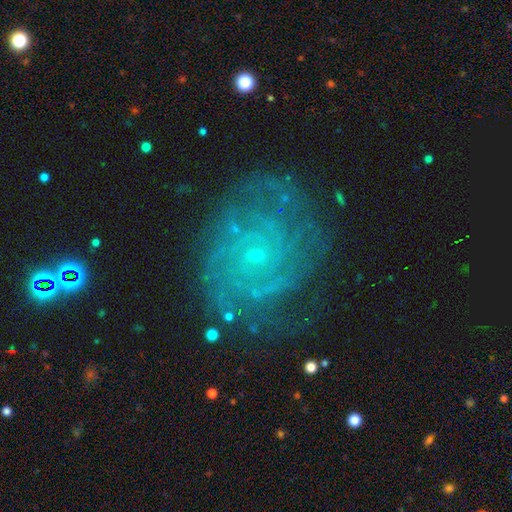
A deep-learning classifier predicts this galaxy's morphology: This appears to be a featured or disk galaxy (77%) with no bar (79%), tight (62%) spiral arms (89%) and a small central bulge (85%). Merging: none (69%).